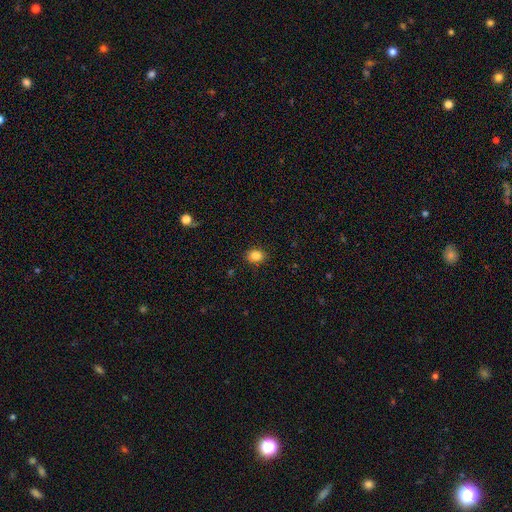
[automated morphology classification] A smooth galaxy with no disk features (85%) that is in between round and cigar-shaped (50%).

Vote fractions:
- Smooth or featured? smooth: 85% / star or artifact: 10% / featured or disk: 5%
- How rounded? in between: 50% / round: 49% / cigar-shaped: 1%
- Merging? none: 88% / minor disturbance: 8% / major disturbance: 2% / merger: 1%